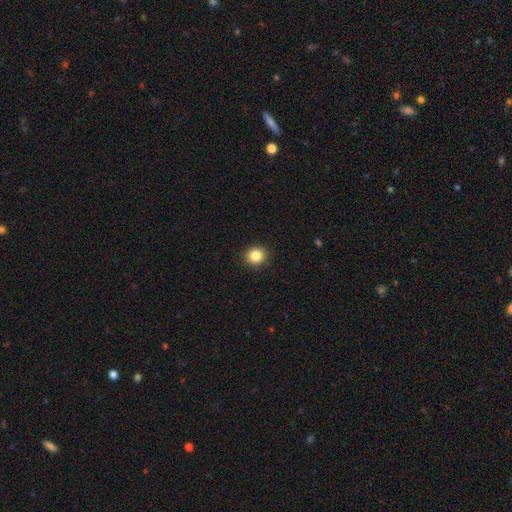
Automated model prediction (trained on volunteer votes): Smooth or featured: smooth — 85% (star or artifact — 10%)
How rounded: round — 79% (in between — 20%)
Merging: none — 91% (minor disturbance — 6%)